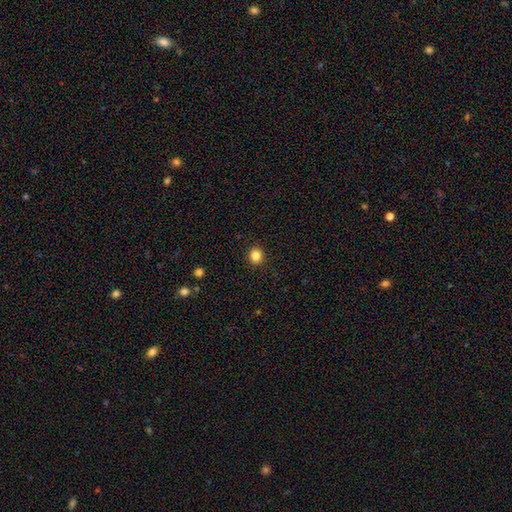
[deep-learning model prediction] Q: Smooth or featured?
A: smooth (84%); runner-up: star or artifact (12%)
Q: How rounded?
A: round (82%); runner-up: in between (18%)
Q: Merging?
A: none (92%); runner-up: minor disturbance (5%)